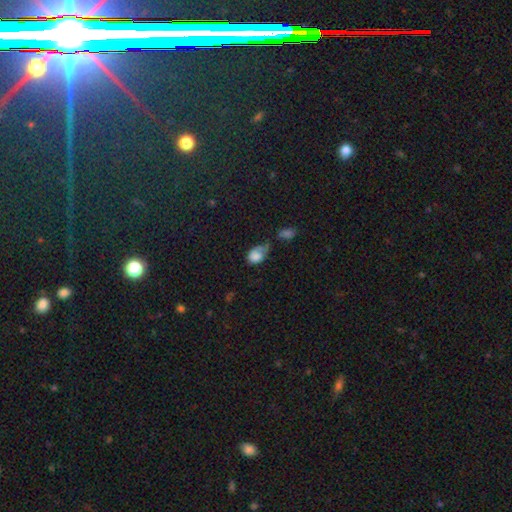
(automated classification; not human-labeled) Morphology: type=smooth (78%); roundness=in between (79%); merging=minor disturbance (33%).